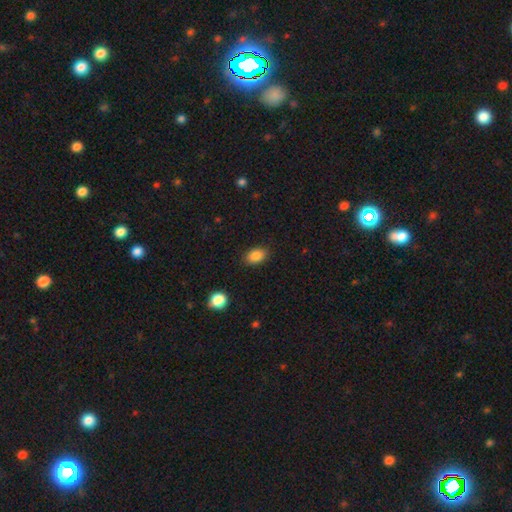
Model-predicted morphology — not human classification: The model was most divided on "how rounded": in between: 84%, round: 14%, cigar-shaped: 1%. More confident: smooth or featured — smooth (86%); merging — none (86%).